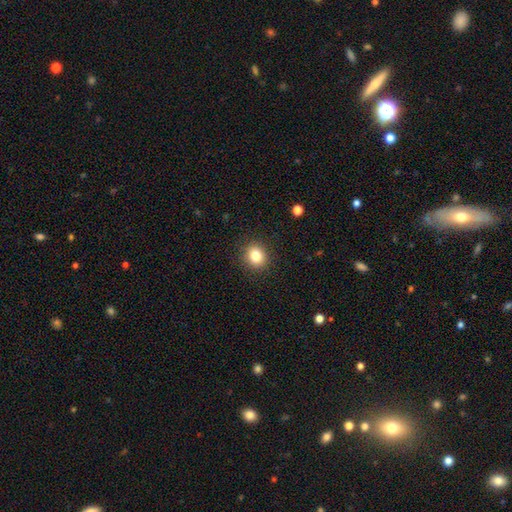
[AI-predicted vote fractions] Smooth or featured: smooth — 82% (star or artifact — 11%)
How rounded: round — 77% (in between — 22%)
Merging: none — 90% (minor disturbance — 7%)